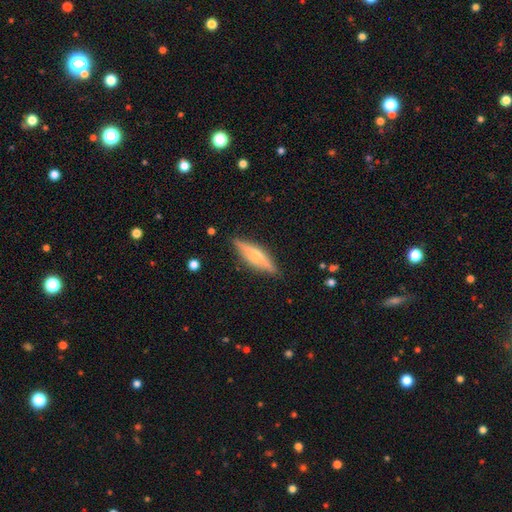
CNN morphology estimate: Overall: featured or disk (61%; smooth 33%). Edge-on disk: yes (93%). Edge-on bulge: rounded (85%). Merging: none (86%).